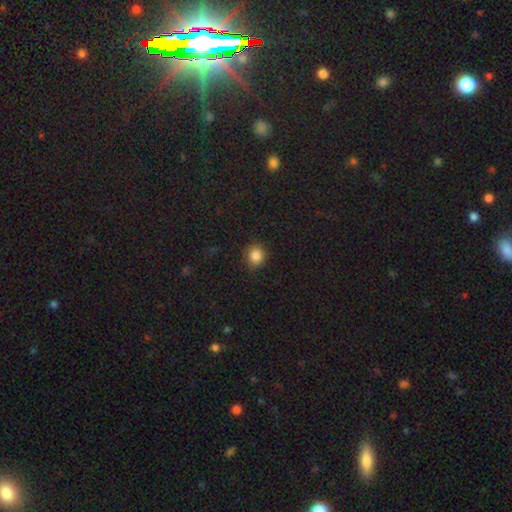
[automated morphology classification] Overall: smooth (85%). How rounded: round (85%). Merging: none (88%).